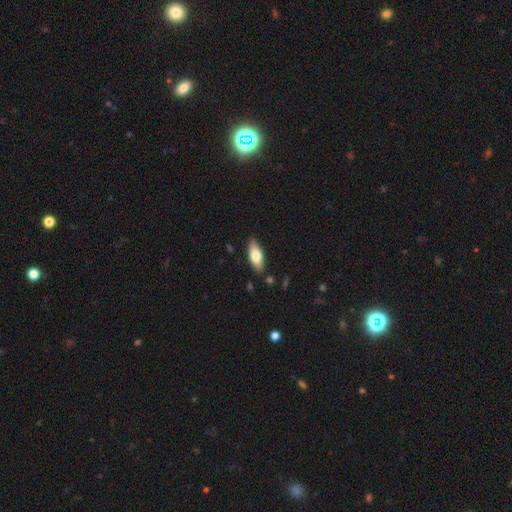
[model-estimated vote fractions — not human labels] Smooth or featured: smooth — 72% (featured or disk — 22%)
How rounded: in between — 76% (cigar-shaped — 22%)
Merging: none — 85% (minor disturbance — 11%)